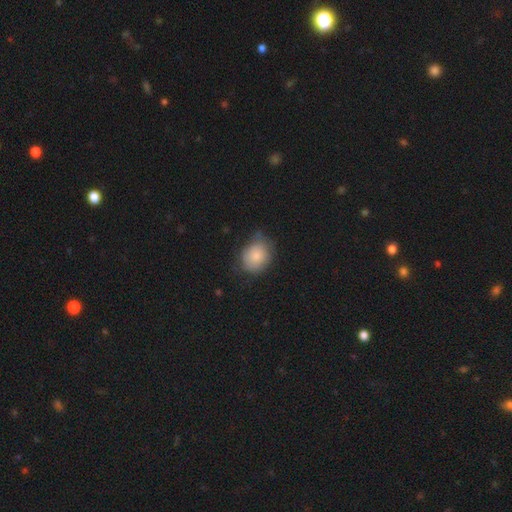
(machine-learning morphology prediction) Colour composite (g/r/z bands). It shows a smooth galaxy with no disk features (81%) that is round (56%). Merging: none (58%).